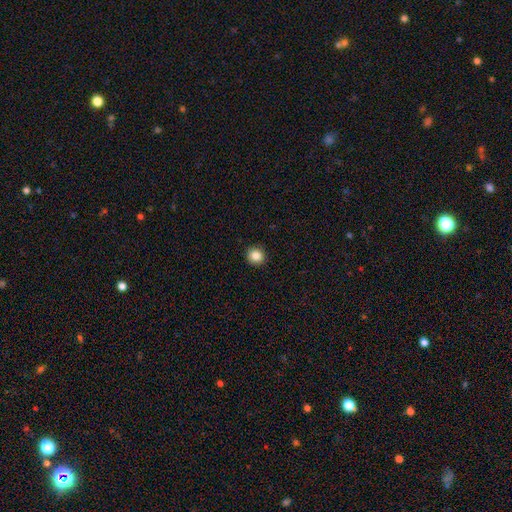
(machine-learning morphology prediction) This appears to be a smooth galaxy with no disk features (85%) that is round (92%). Merging: none (93%).